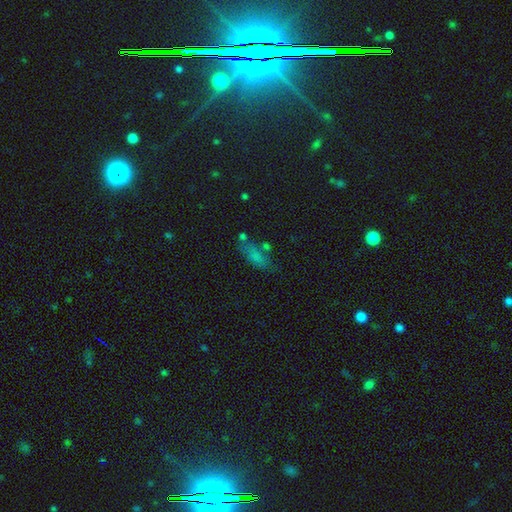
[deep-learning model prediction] The model was most divided on "merging": none: 61%, minor disturbance: 20%, merger: 11%, major disturbance: 8%. More confident: how rounded — in between (70%); smooth or featured — smooth (66%).